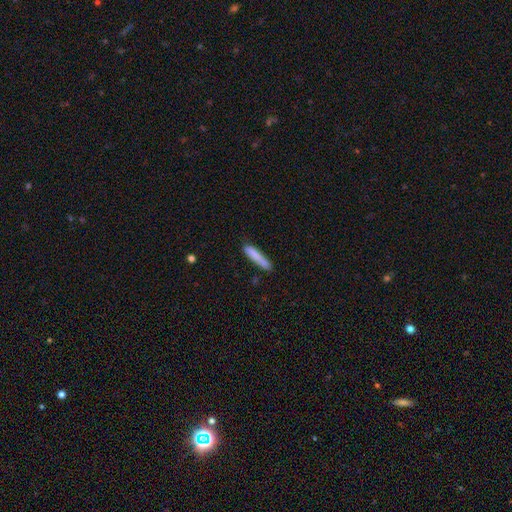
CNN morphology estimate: Q: Smooth or featured?
A: smooth (81%); runner-up: featured or disk (13%)
Q: How rounded?
A: cigar-shaped (91%); runner-up: in between (7%)
Q: Merging?
A: none (73%); runner-up: minor disturbance (18%)